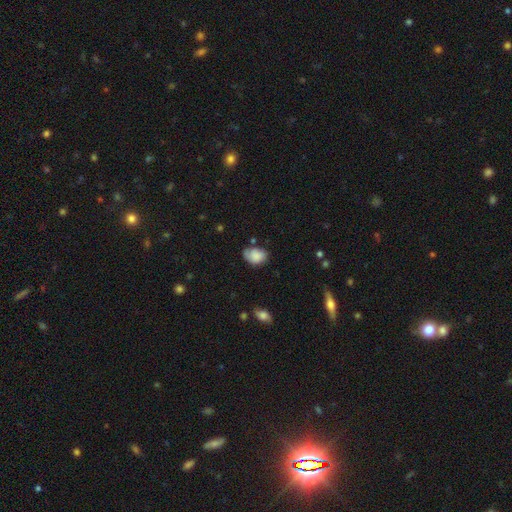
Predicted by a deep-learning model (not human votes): Smooth or featured? smooth (76%)
How rounded? in between (74%)
Merging? none (54%)